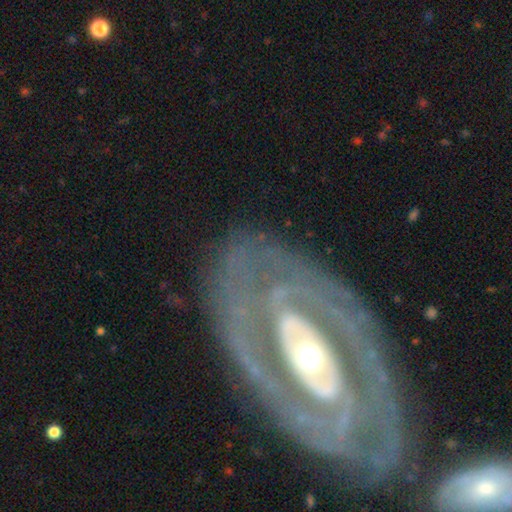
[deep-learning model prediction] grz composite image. It shows a featured or disk galaxy (86%) with no bar (53%), 2 (54%) tight (65%) spiral arms (76%) and a moderate central bulge (62%). Merging: none (79%).